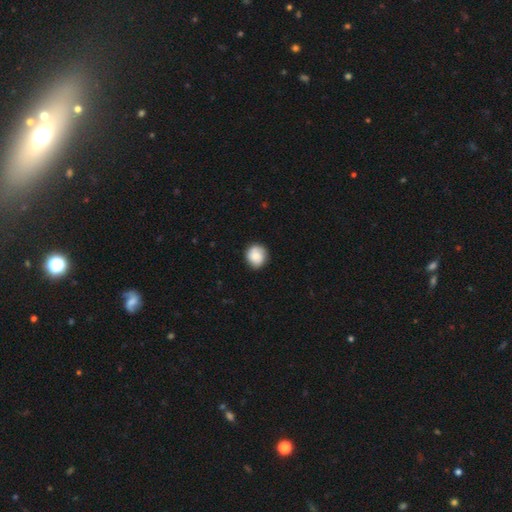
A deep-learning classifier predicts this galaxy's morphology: smooth-or-featured: smooth: 75% | featured or disk: 18% | star or artifact: 7%
  how-rounded: round: 85% | in between: 14% | cigar-shaped: 1%
  merging: none: 84% | minor disturbance: 12% | major disturbance: 3% | merger: 1%